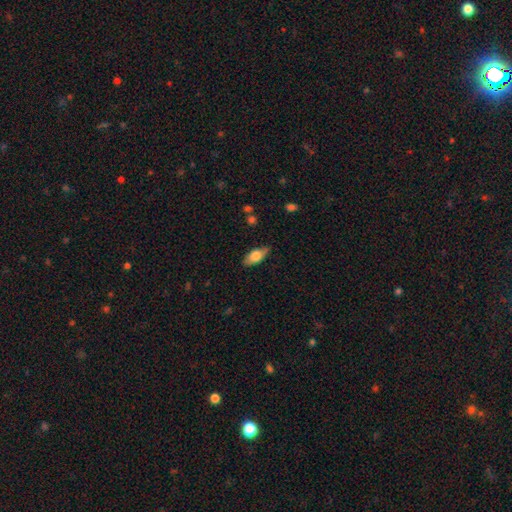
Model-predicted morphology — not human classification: Smooth or featured: smooth — 72% (featured or disk — 21%)
How rounded: in between — 84% (cigar-shaped — 13%)
Merging: none — 79% (minor disturbance — 16%)